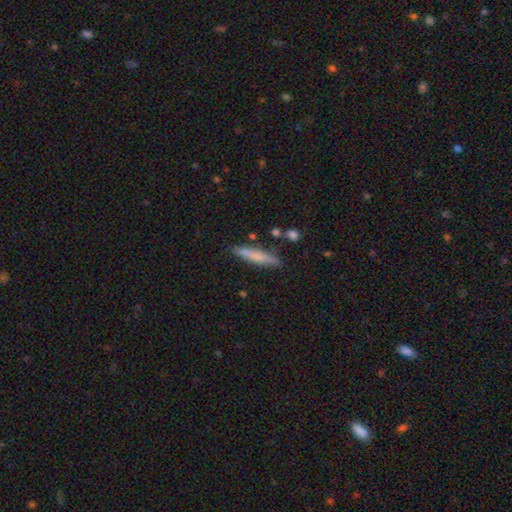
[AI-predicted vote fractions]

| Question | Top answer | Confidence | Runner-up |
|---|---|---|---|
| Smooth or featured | smooth | 67% | featured or disk (26%) |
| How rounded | cigar-shaped | 89% | in between (9%) |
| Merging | none | 85% | minor disturbance (10%) |